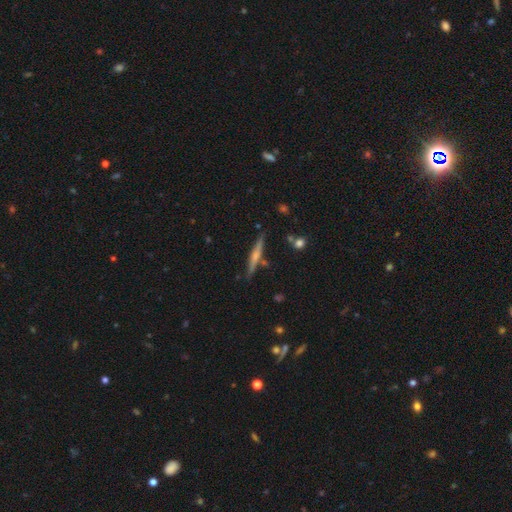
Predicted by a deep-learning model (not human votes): The model was most divided on "smooth or featured": featured or disk: 57%, smooth: 37%, star or artifact: 7%. More confident: edge-on disk — yes (97%); merging — none (82%); edge-on bulge — rounded (63%).